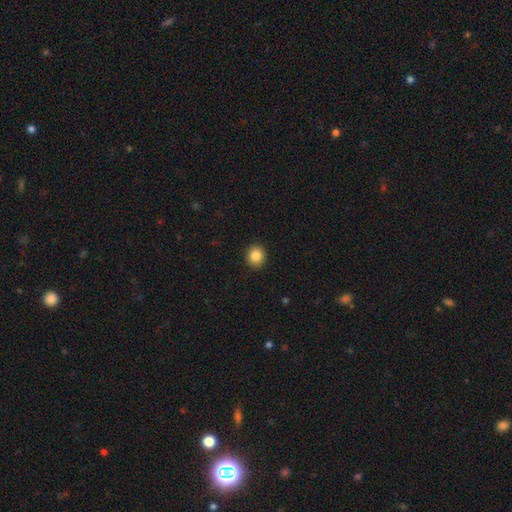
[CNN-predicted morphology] Smooth or featured?
  - smooth: 85% *
  - star or artifact: 10%
  - featured or disk: 5%
How rounded?
  - round: 83% *
  - in between: 16%
  - cigar-shaped: 1%
Merging?
  - none: 92% *
  - minor disturbance: 6%
  - major disturbance: 2%
  - merger: 1%